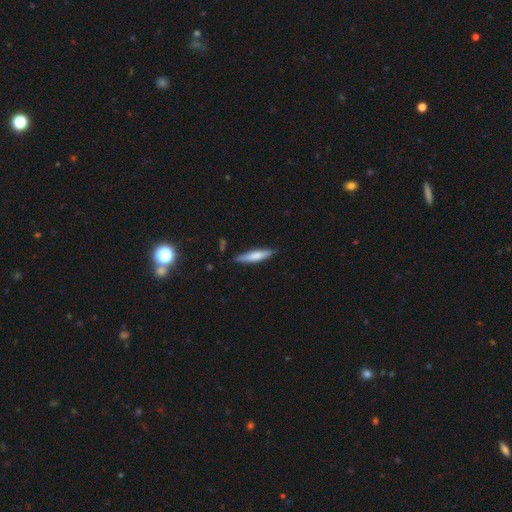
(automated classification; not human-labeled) Smooth or featured? Predicted: smooth (p=0.67). How rounded? Predicted: cigar-shaped (p=0.85). Merging? Predicted: none (p=0.83).